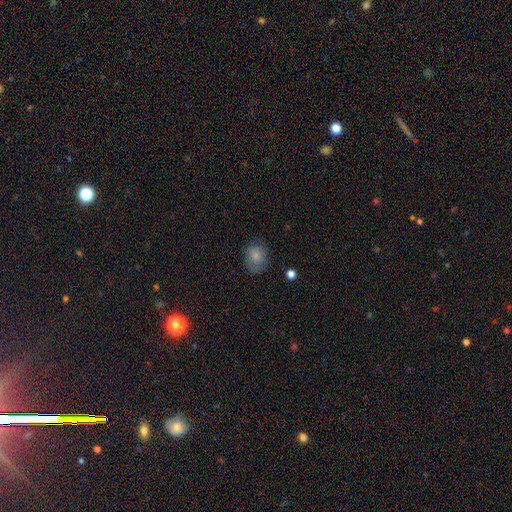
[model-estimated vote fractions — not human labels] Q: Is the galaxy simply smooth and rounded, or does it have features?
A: smooth — 79%.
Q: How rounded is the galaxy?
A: in between — 53%.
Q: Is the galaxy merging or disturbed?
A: none — 67%.